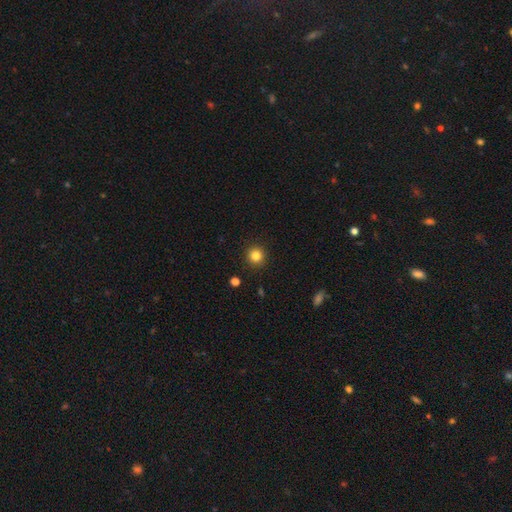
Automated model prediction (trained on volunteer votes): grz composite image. It shows a smooth galaxy with no disk features (83%) that is round (94%). Merging: none (93%).